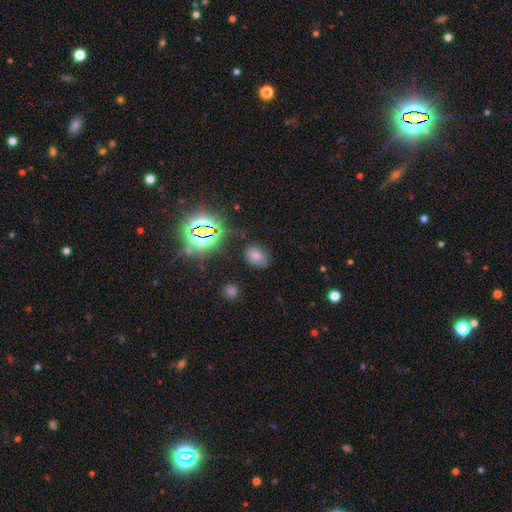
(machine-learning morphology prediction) Smooth or featured: smooth — 66% (star or artifact — 26%)
How rounded: in between — 72% (round — 27%)
Merging: none — 74% (minor disturbance — 17%)